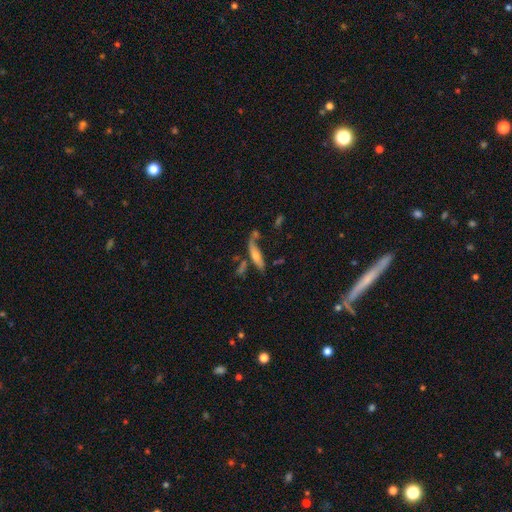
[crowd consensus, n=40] This is likely a smooth galaxy (60%). How rounded: likely cigar-shaped (62%). Merging: likely none (61%).